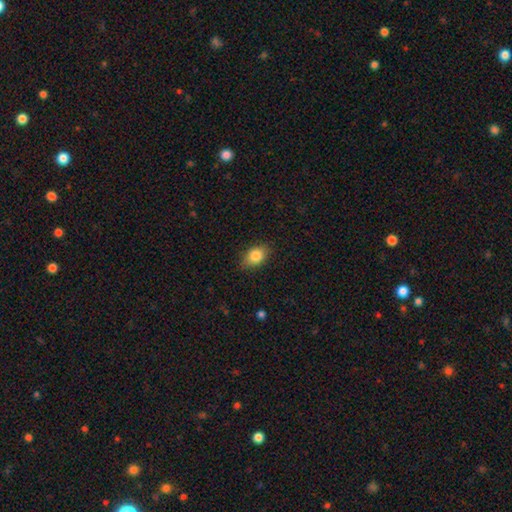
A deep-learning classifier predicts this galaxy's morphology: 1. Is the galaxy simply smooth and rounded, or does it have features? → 84% smooth, 8% star or artifact, 8% featured or disk.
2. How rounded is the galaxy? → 79% in between, 20% round, 2% cigar-shaped.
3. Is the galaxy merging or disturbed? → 83% none, 14% minor disturbance, 3% major disturbance, 1% merger.